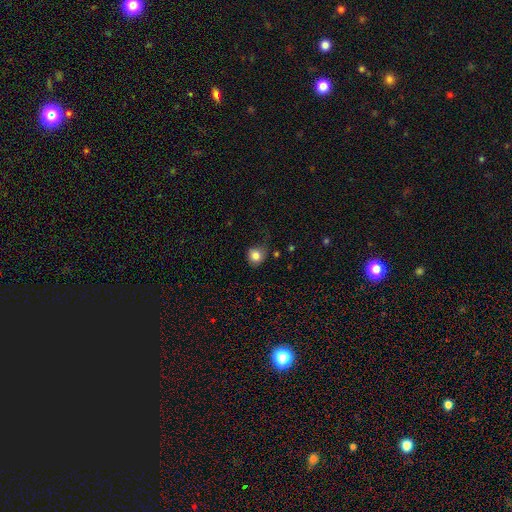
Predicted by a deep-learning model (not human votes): A smooth galaxy with no disk features (83%) that is round (86%).

Vote fractions:
- Smooth or featured? smooth: 83% / star or artifact: 10% / featured or disk: 7%
- How rounded? round: 86% / in between: 13% / cigar-shaped: 1%
- Merging? none: 67% / minor disturbance: 23% / major disturbance: 8% / merger: 2%